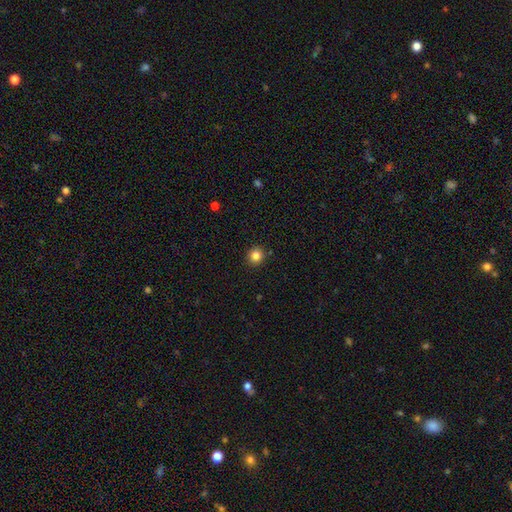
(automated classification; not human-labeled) Smooth or featured? smooth (84%)
How rounded? round (91%)
Merging? none (91%)